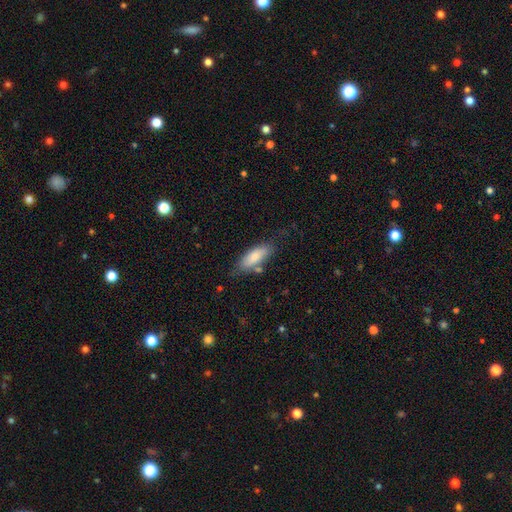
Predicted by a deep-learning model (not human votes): This appears to be a smooth galaxy with no disk features (81%) that is in between round and cigar-shaped (68%). Merging: none (71%).